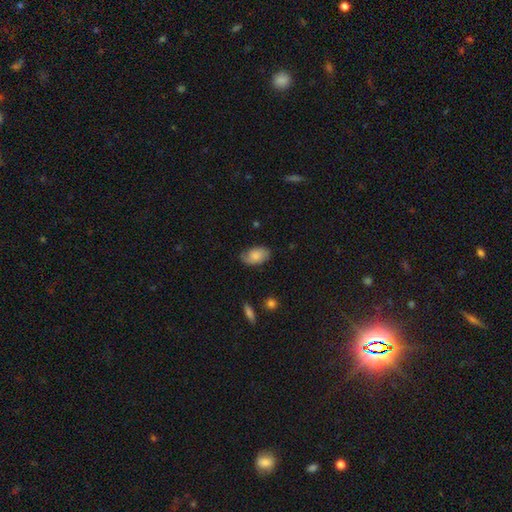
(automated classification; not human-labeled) Overall: smooth (73%). How rounded: in between (92%). Merging: none (67%).